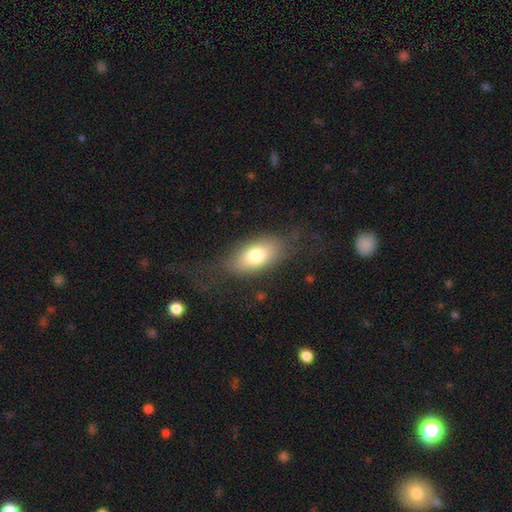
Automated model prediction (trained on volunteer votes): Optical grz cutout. It shows a smooth galaxy with no disk features (75%) that is in between round and cigar-shaped (89%). Merging: none (68%).